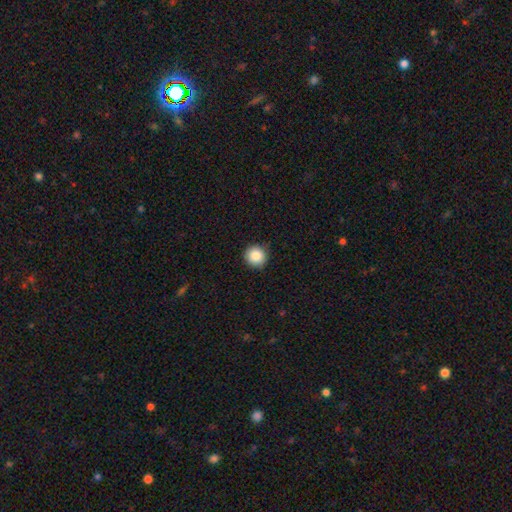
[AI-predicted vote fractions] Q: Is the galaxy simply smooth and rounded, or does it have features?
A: smooth — 87%.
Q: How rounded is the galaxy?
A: round — 95%.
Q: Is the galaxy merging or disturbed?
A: none — 90%.